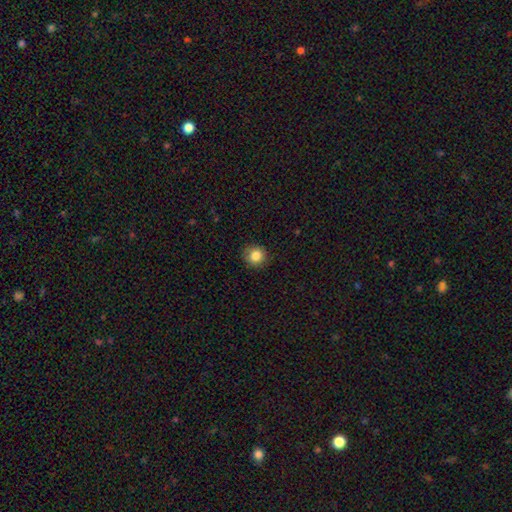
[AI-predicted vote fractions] A smooth galaxy with no disk features (84%) that is round (90%). Merging: none (88%).